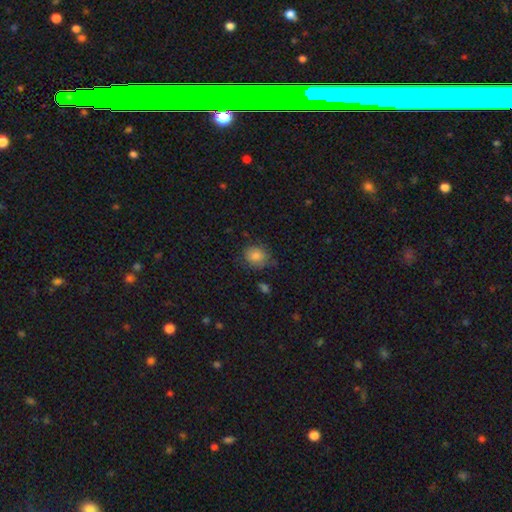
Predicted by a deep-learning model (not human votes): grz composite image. It shows a smooth galaxy with no disk features (83%) that is round (74%). Merging: none (70%).